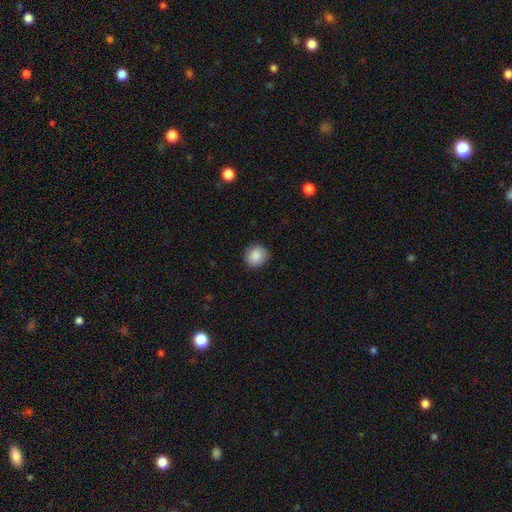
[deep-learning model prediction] smooth-or-featured: smooth: 88% | star or artifact: 8% | featured or disk: 4%
  how-rounded: round: 85% | in between: 14% | cigar-shaped: 1%
  merging: none: 86% | minor disturbance: 11% | major disturbance: 2% | merger: 1%